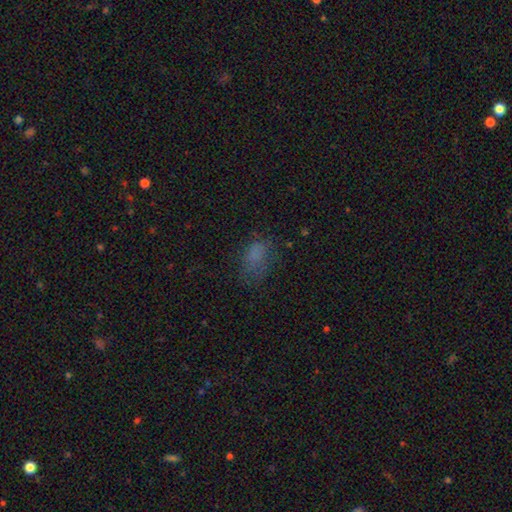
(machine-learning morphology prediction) Smooth or featured? Predicted: smooth (p=0.69). How rounded? Predicted: in between (p=0.84). Merging? Predicted: none (p=0.52).